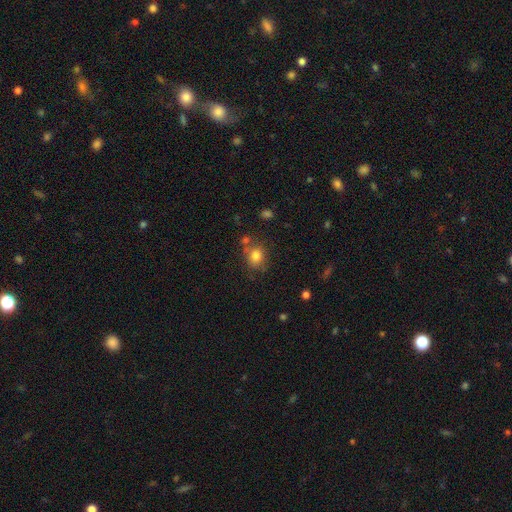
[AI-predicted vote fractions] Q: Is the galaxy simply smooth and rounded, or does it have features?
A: smooth — 81%.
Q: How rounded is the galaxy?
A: round — 66%.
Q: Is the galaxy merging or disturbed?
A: none — 65%.